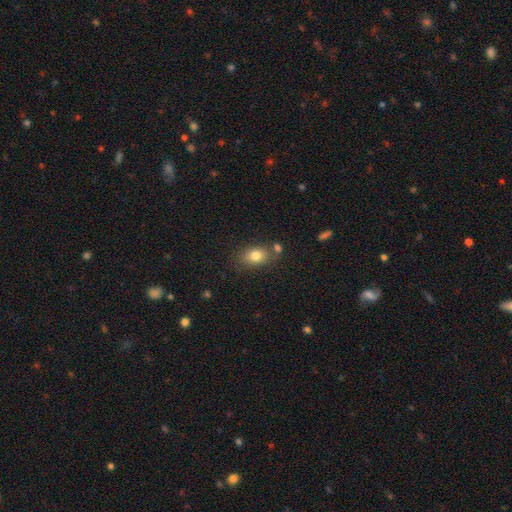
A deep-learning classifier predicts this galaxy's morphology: Smooth or featured?
  - smooth: 80% *
  - featured or disk: 10%
  - star or artifact: 10%
How rounded?
  - in between: 76% *
  - round: 22%
  - cigar-shaped: 2%
Merging?
  - none: 69% *
  - minor disturbance: 14%
  - merger: 13%
  - major disturbance: 4%